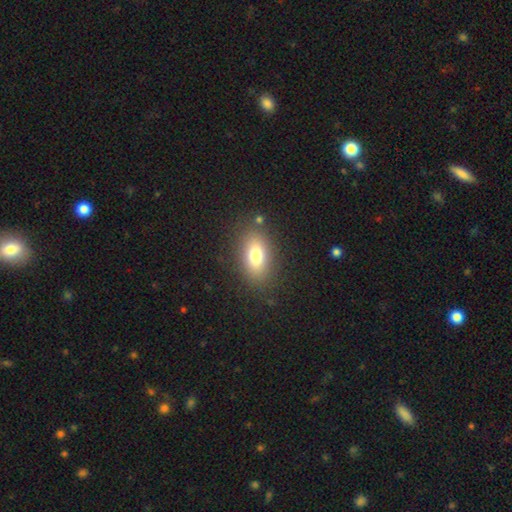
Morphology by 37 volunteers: This is clearly a smooth galaxy (89%). How rounded: clearly in between (85%). Merging: possibly none (59%).